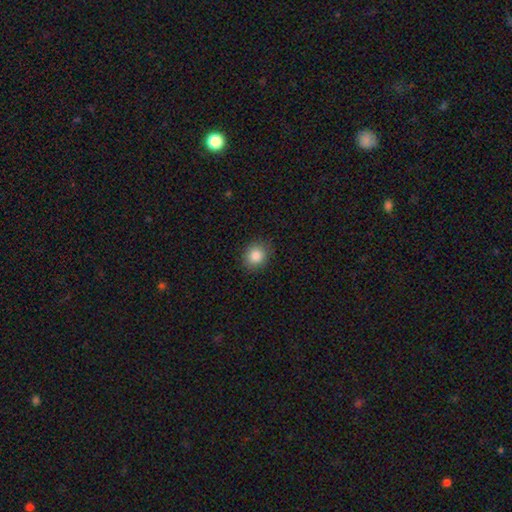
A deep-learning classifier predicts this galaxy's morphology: type=smooth (85%); roundness=round (77%); merging=none (88%).